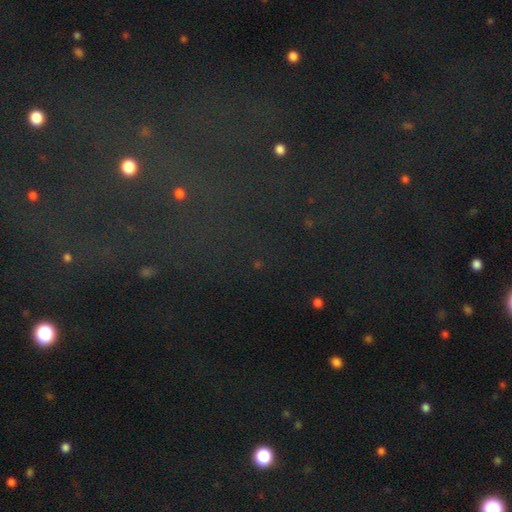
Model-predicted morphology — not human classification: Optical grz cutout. It shows a star or artifact, not a galaxy (76%).